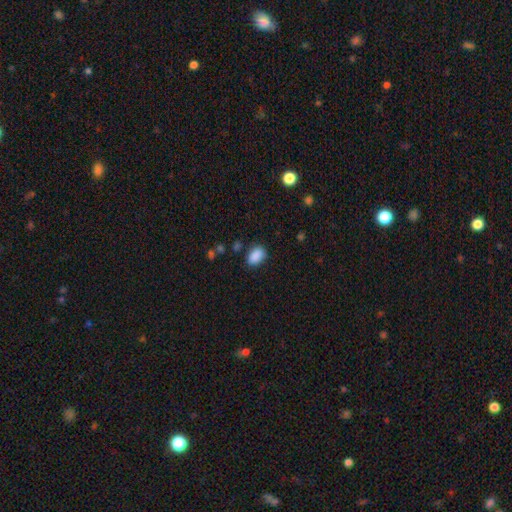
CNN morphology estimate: Overall: smooth (88%). How rounded: in between (85%). Merging: none (78%).